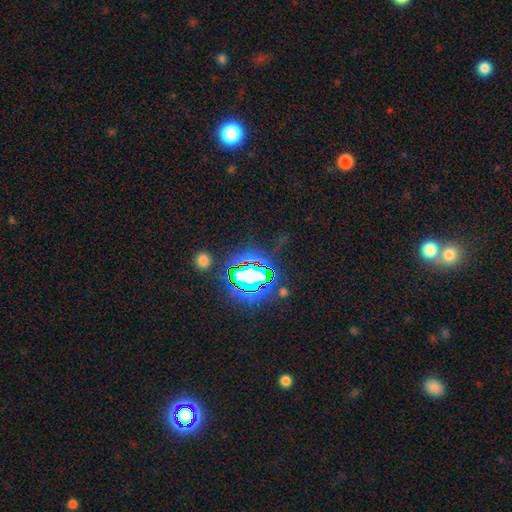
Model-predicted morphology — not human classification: Overall: star or artifact (82%).